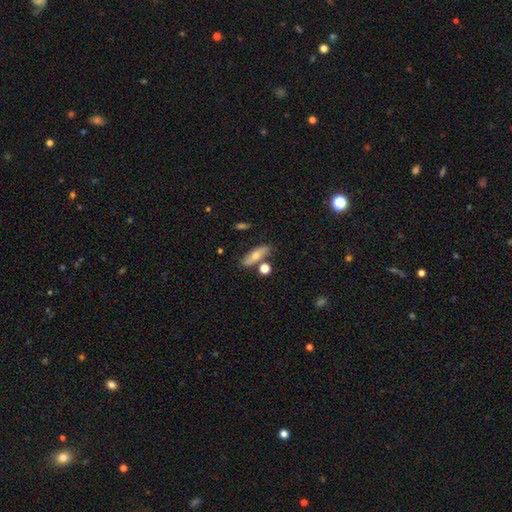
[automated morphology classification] type=smooth (57%); roundness=in between (49%); merging=none (76%).